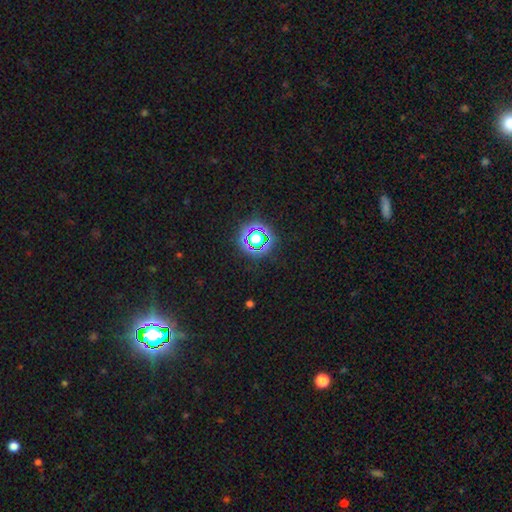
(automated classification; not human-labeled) Overall: star or artifact (79%).